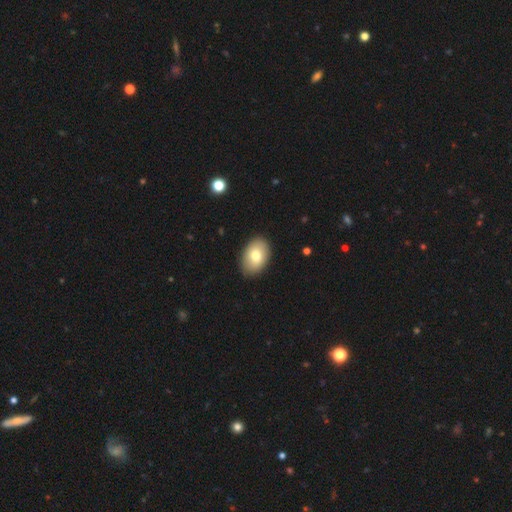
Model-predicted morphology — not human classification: This appears to be a smooth galaxy with no disk features (77%) that is in between round and cigar-shaped (87%). Merging: none (89%).